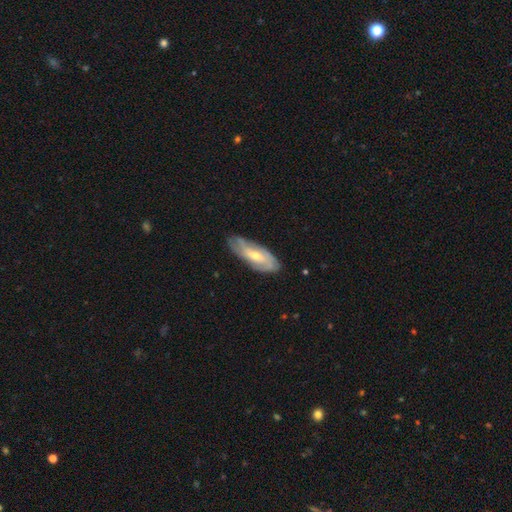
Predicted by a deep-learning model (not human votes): The model was most divided on "bulge size": moderate: 49%, small: 47%, large: 2%, none: 1%, dominant: 1%. Remaining: edge-on disk — no (81%); spiral arms — yes (79%); merging — none (75%); smooth or featured — featured or disk (63%); bar — no (49%).